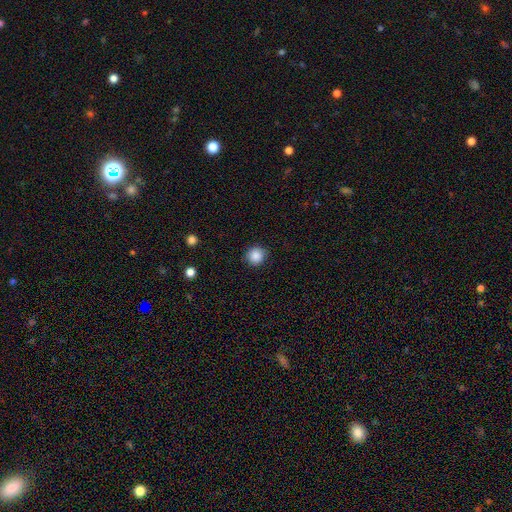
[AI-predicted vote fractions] This appears to be a smooth galaxy with no disk features (87%) that is round (91%). Merging: none (89%).